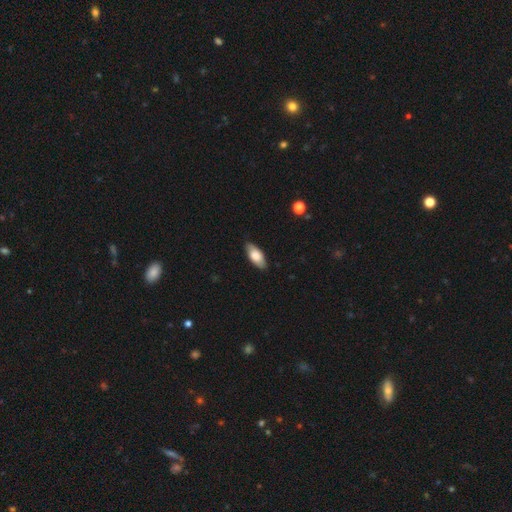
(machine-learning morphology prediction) Smooth or featured? Predicted: smooth (p=0.75). How rounded? Predicted: in between (p=0.85). Merging? Predicted: none (p=0.85).